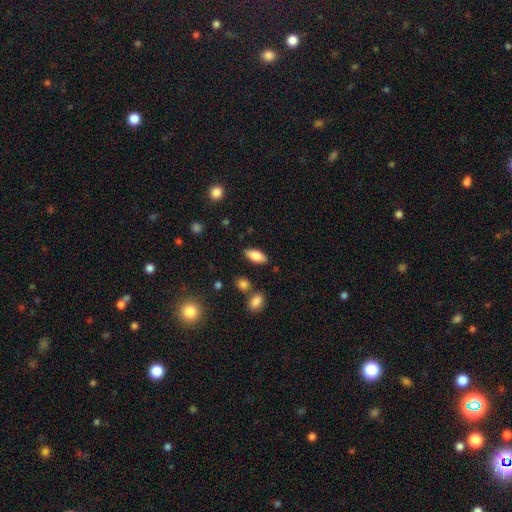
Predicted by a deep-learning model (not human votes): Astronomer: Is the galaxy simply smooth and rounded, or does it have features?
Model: smooth — 79%.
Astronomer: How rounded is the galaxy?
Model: in between — 85%.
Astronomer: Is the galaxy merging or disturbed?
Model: none — 85%.